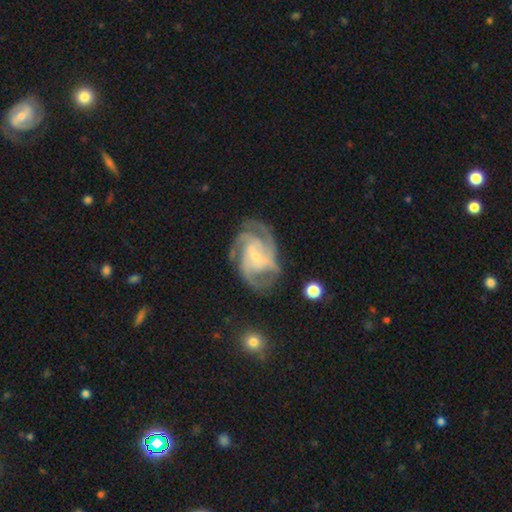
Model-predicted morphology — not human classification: The model was most divided on "spiral winding": medium: 48%, tight: 41%, loose: 11%. Remaining: edge-on disk — no (98%); spiral arms — yes (97%); smooth or featured — featured or disk (90%); bulge size — small (74%); merging — none (65%); bar — no (55%); spiral arm count — 3 (48%).